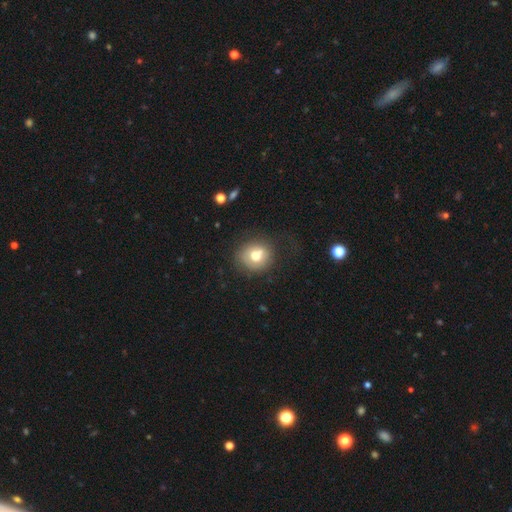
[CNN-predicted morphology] This is likely a smooth galaxy (69%). How rounded: clearly round (82%). Merging: likely none (64%).